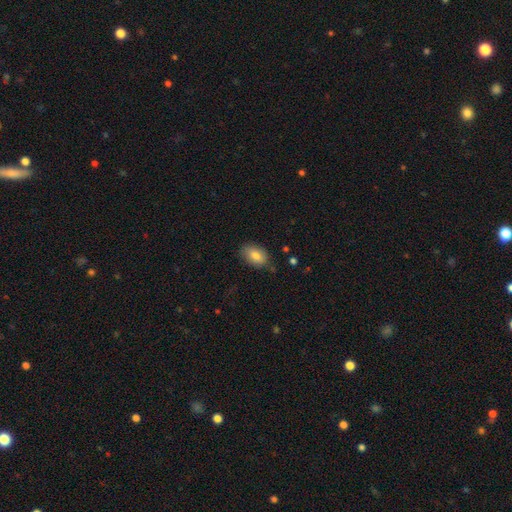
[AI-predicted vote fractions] A smooth galaxy with no disk features (81%) that is in between round and cigar-shaped (88%). Merging: none (79%).